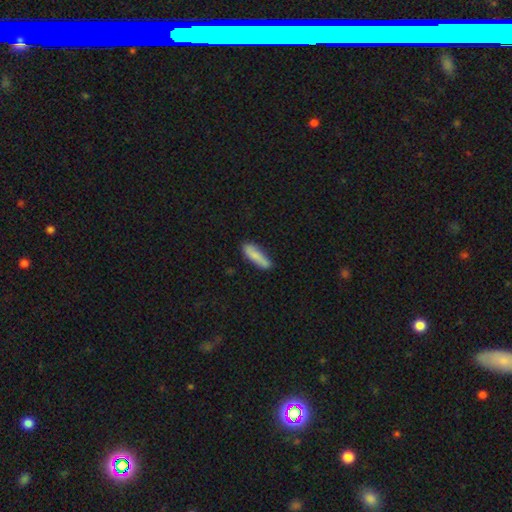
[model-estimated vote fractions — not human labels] This appears to be a smooth galaxy with no disk features (79%) that is cigar-shaped (63%). Merging: none (73%).